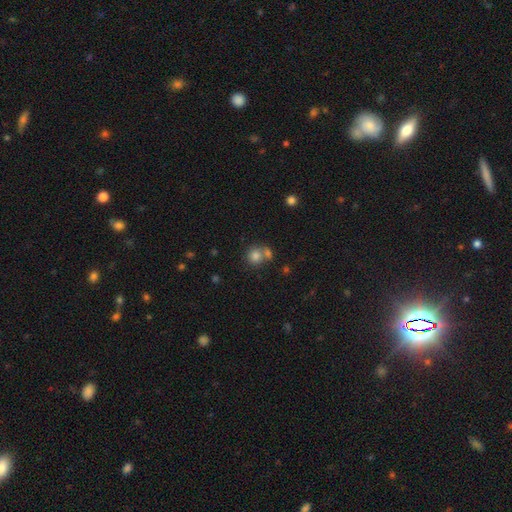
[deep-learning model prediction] Smooth or featured? Predicted: smooth (p=0.80). How rounded? Predicted: round (p=0.86). Merging? Predicted: none (p=0.51).